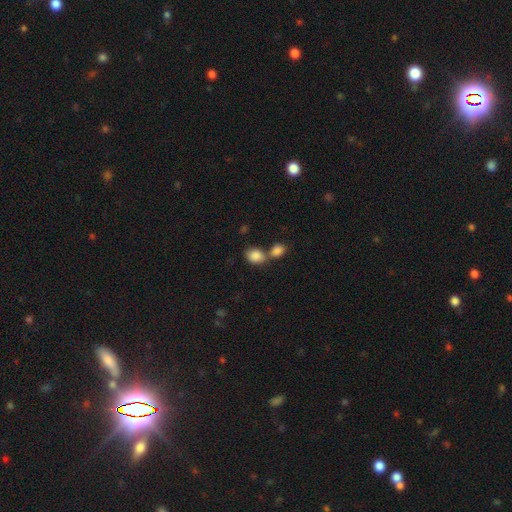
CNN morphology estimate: This appears to be a smooth galaxy with no disk features (86%) that is in between round and cigar-shaped (61%). Merging: merger (52%).